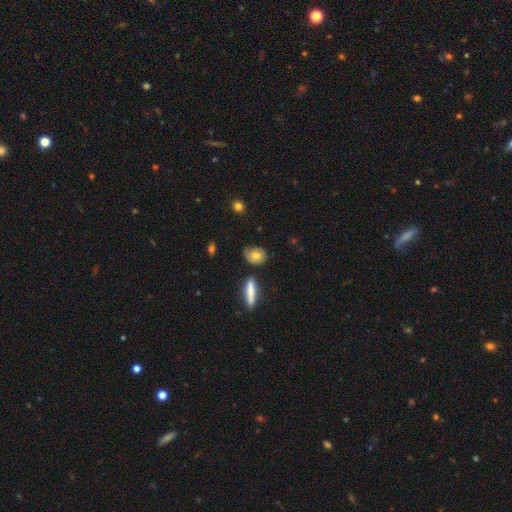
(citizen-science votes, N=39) Morphology: type=featured or disk (49%); edge-on=no (89%); bar=no (71%); spiral arms=yes (71%); winding=tight (92%); arm count=1 (42%, tied with 2); bulge=moderate (71%); merging=none (65%).